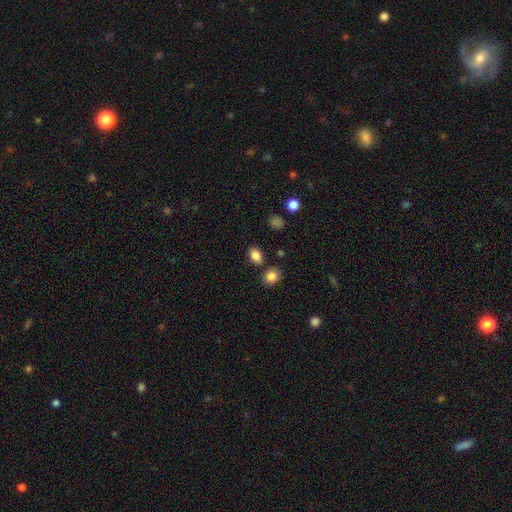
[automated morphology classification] The model was most divided on "how rounded": in between: 73%, round: 25%, cigar-shaped: 1%. More confident: smooth or featured — smooth (86%); merging — none (80%).